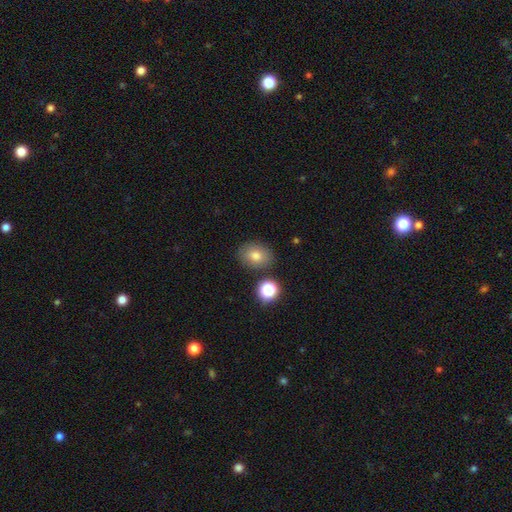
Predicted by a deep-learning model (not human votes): Smooth or featured?
  - smooth: 78% *
  - star or artifact: 11%
  - featured or disk: 10%
How rounded?
  - in between: 57% *
  - round: 42%
  - cigar-shaped: 1%
Merging?
  - none: 81% *
  - minor disturbance: 11%
  - merger: 5%
  - major disturbance: 3%